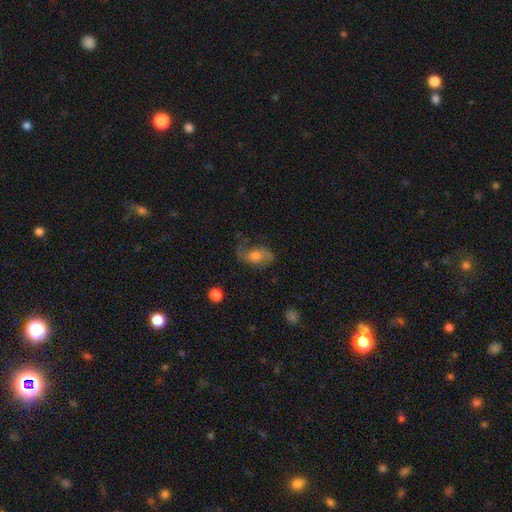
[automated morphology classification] type=featured or disk (51%); edge-on=no (93%); merging=none (56%).